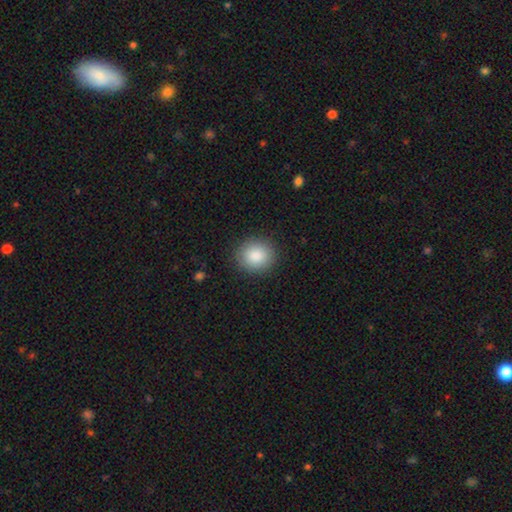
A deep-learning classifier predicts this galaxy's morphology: smooth 88%, star or artifact 8%, featured or disk 5%. Down the decision tree: how rounded — round (84%); merging — none (89%).